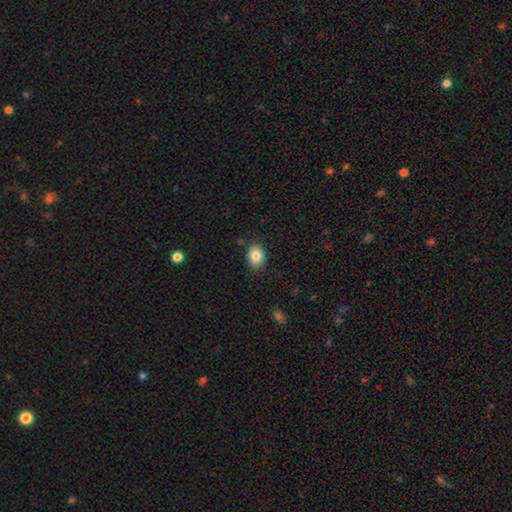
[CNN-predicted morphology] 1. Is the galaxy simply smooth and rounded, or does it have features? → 85% smooth, 8% star or artifact, 6% featured or disk.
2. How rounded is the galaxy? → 70% in between, 29% round, 1% cigar-shaped.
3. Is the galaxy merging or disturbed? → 85% none, 11% minor disturbance, 2% major disturbance, 2% merger.